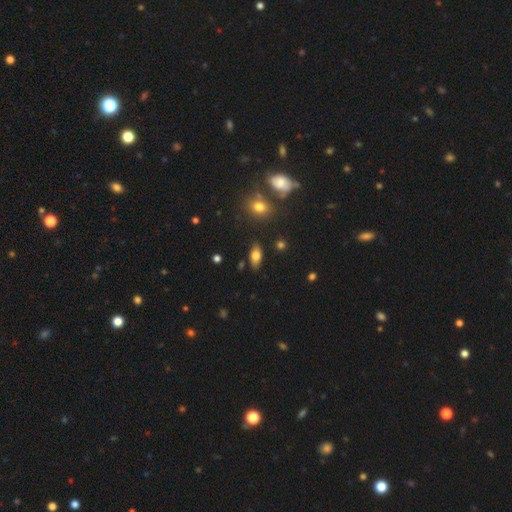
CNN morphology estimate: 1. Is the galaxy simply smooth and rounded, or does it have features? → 70% smooth, 21% featured or disk, 9% star or artifact.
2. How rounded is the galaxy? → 83% in between, 11% cigar-shaped, 6% round.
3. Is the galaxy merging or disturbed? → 83% none, 12% minor disturbance, 3% major disturbance, 3% merger.